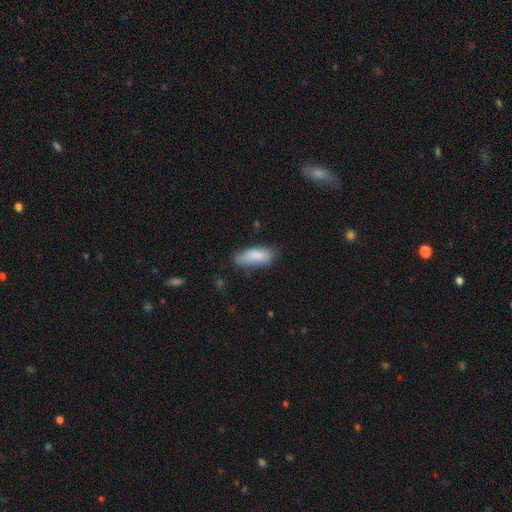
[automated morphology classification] Smooth or featured: smooth — 85% (featured or disk — 9%)
How rounded: in between — 80% (cigar-shaped — 18%)
Merging: none — 63% (minor disturbance — 29%)